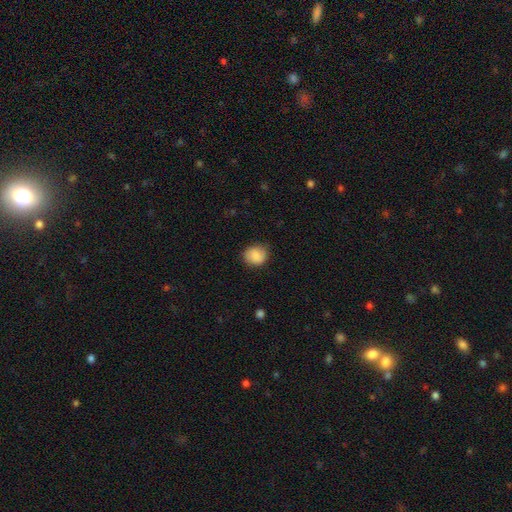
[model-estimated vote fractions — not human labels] smooth-or-featured: smooth: 85% | featured or disk: 8% | star or artifact: 7%
  how-rounded: round: 74% | in between: 25% | cigar-shaped: 1%
  merging: none: 81% | minor disturbance: 15% | major disturbance: 4% | merger: 1%